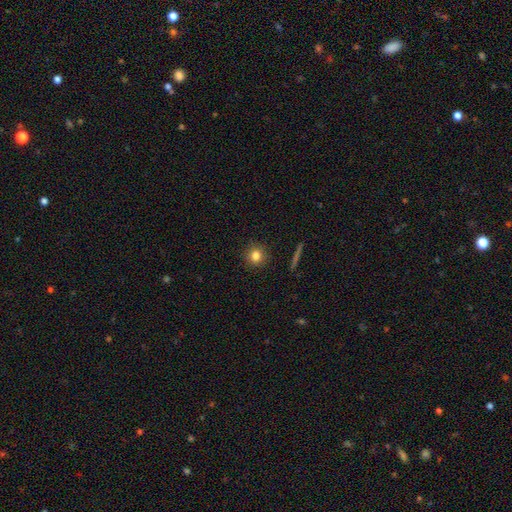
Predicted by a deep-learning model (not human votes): Q: Smooth or featured?
A: smooth (81%); runner-up: star or artifact (11%)
Q: How rounded?
A: round (92%); runner-up: in between (6%)
Q: Merging?
A: none (90%); runner-up: minor disturbance (6%)